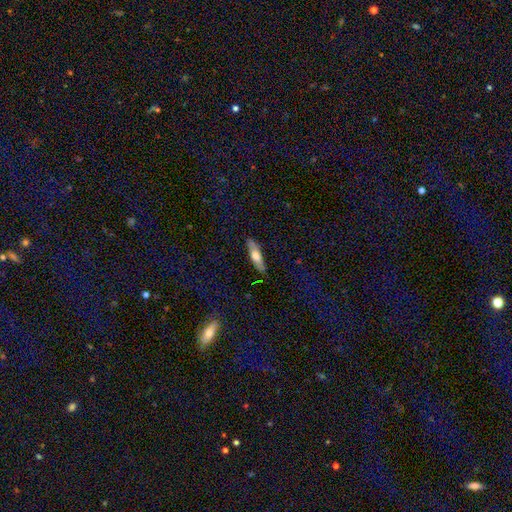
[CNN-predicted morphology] Q: Smooth or featured?
A: smooth (57%); runner-up: featured or disk (36%)
Q: How rounded?
A: cigar-shaped (70%); runner-up: in between (28%)
Q: Merging?
A: none (86%); runner-up: minor disturbance (11%)